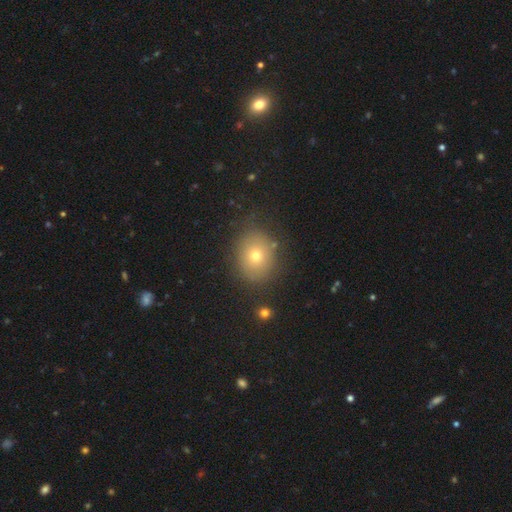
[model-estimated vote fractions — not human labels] A smooth galaxy with no disk features (68%) that is round (62%).

Vote fractions:
- Smooth or featured? smooth: 68% / star or artifact: 16% / featured or disk: 16%
- How rounded? round: 62% / in between: 37% / cigar-shaped: 1%
- Merging? none: 80% / minor disturbance: 13% / major disturbance: 5% / merger: 2%